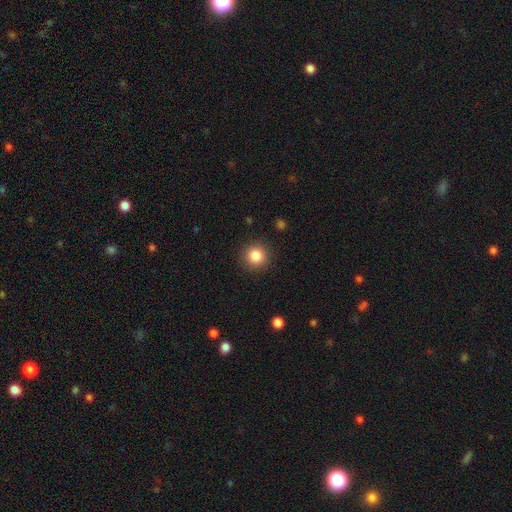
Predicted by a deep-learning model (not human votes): Smooth or featured? smooth (85%)
How rounded? round (94%)
Merging? none (90%)